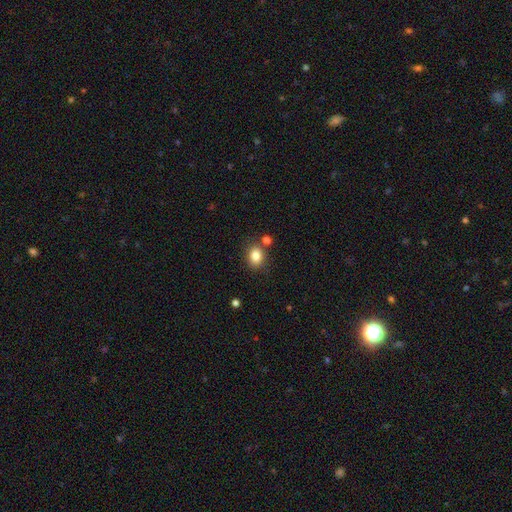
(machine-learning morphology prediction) Q: Smooth or featured?
A: smooth (84%); runner-up: star or artifact (10%)
Q: How rounded?
A: in between (56%); runner-up: round (43%)
Q: Merging?
A: none (77%); runner-up: minor disturbance (11%)